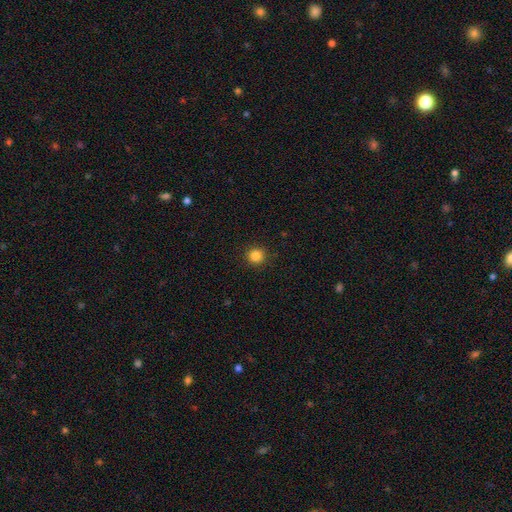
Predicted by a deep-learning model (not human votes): The model was most divided on "smooth or featured": smooth: 84%, star or artifact: 12%, featured or disk: 4%. More confident: how rounded — round (94%); merging — none (91%).